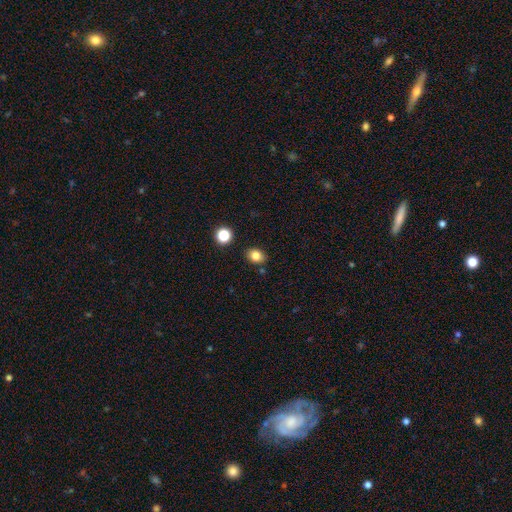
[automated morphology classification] Smooth or featured?
  - smooth: 81% *
  - star or artifact: 12%
  - featured or disk: 7%
How rounded?
  - in between: 52% *
  - round: 47%
  - cigar-shaped: 1%
Merging?
  - none: 84% *
  - minor disturbance: 10%
  - merger: 4%
  - major disturbance: 2%